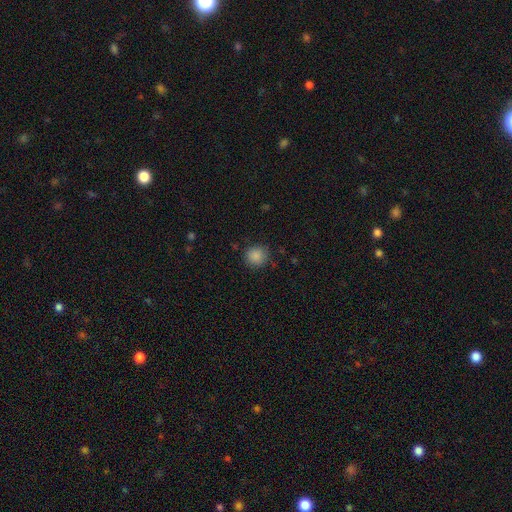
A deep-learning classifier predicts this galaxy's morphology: A smooth galaxy with no disk features (87%) that is round (90%).

Vote fractions:
- Smooth or featured? smooth: 87% / star or artifact: 10% / featured or disk: 4%
- How rounded? round: 90% / in between: 9% / cigar-shaped: 1%
- Merging? none: 86% / minor disturbance: 10% / major disturbance: 3% / merger: 1%